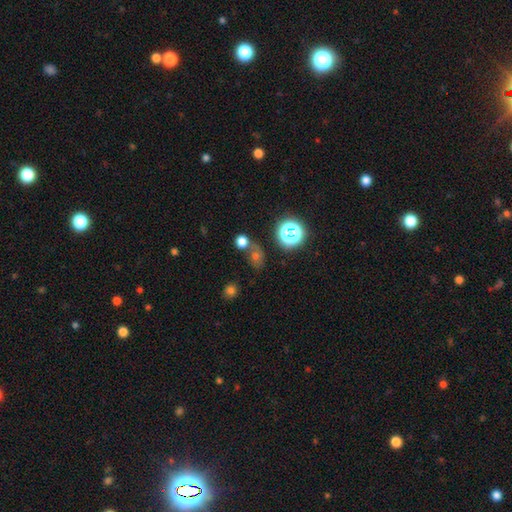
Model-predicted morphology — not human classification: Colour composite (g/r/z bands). It shows a star or artifact, not a galaxy (46%).